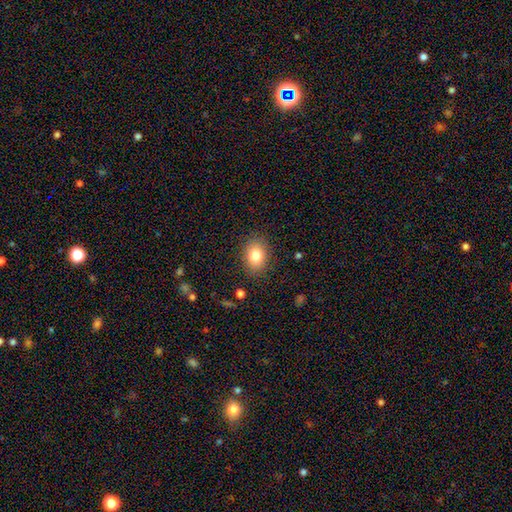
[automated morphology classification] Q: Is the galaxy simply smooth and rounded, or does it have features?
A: smooth — 81%.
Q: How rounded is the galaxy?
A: in between — 69%.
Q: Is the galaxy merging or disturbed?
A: none — 85%.